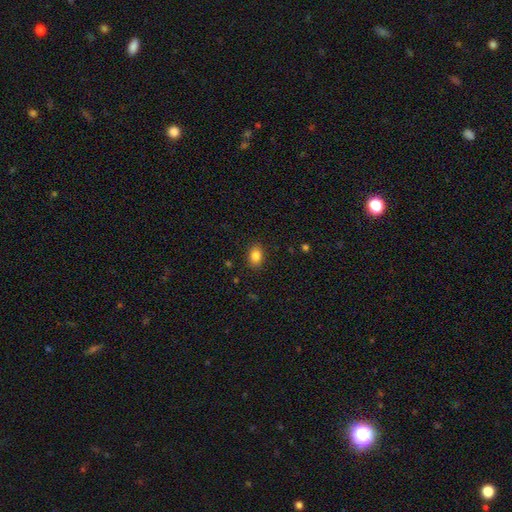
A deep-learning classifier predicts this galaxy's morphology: Smooth or featured?
  - smooth: 84% *
  - star or artifact: 10%
  - featured or disk: 6%
How rounded?
  - in between: 67% *
  - round: 32%
  - cigar-shaped: 1%
Merging?
  - none: 88% *
  - minor disturbance: 9%
  - major disturbance: 2%
  - merger: 1%